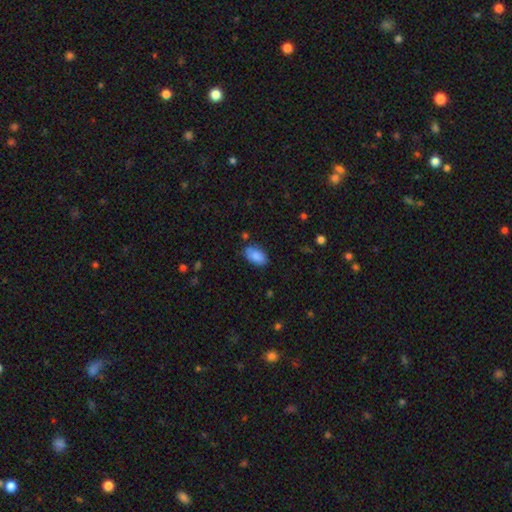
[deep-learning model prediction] Smooth or featured? Predicted: smooth (p=0.87). How rounded? Predicted: in between (p=0.93). Merging? Predicted: none (p=0.75).